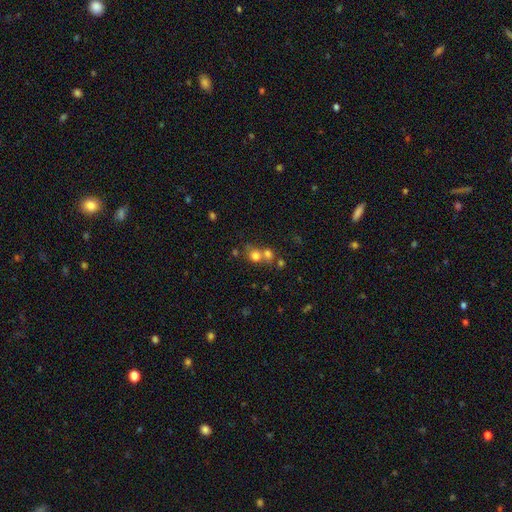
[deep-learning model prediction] This is likely a smooth galaxy (73%). How rounded: likely round (78%). Merging: possibly merger (50%).